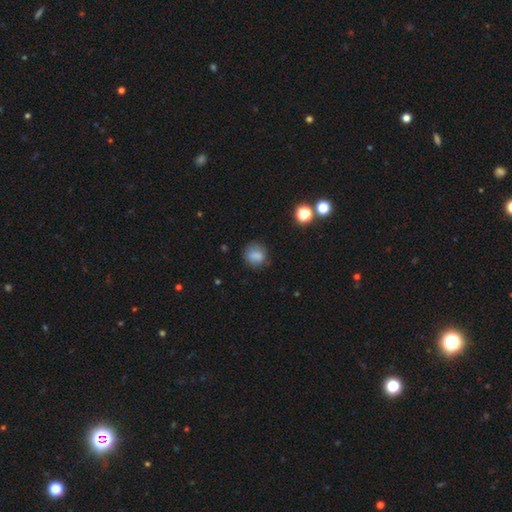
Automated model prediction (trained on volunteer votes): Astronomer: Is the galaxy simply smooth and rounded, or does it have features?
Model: smooth — 81%.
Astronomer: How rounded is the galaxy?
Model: round — 72%.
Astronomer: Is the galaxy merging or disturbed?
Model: none — 72%.